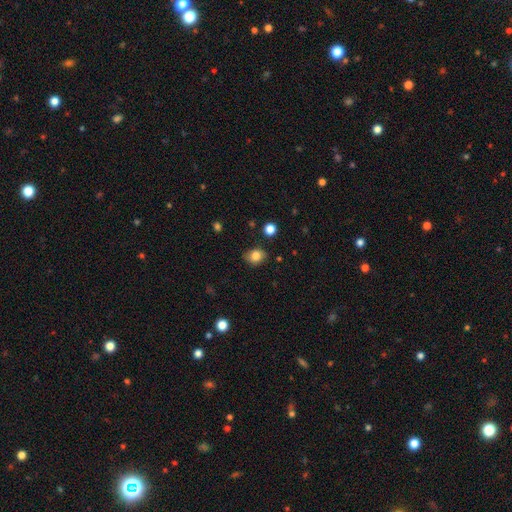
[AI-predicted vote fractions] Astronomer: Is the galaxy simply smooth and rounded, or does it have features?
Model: smooth — 82%.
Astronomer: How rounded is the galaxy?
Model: in between — 51% (runner-up: round, 48%).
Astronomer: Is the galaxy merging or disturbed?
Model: none — 79%.